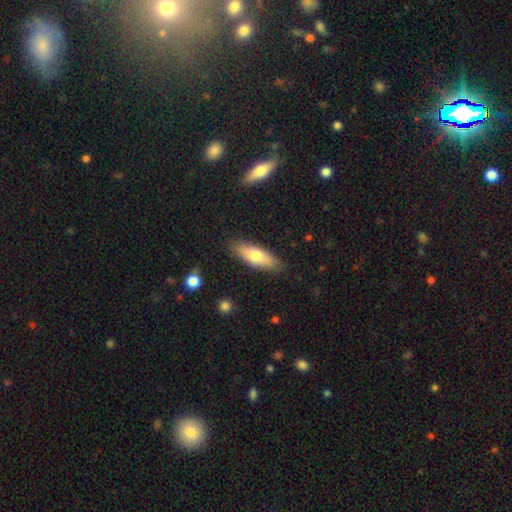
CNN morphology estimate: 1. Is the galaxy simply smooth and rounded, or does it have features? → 68% smooth, 26% featured or disk, 6% star or artifact.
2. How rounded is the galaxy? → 61% in between, 37% cigar-shaped, 2% round.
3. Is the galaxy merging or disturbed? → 86% none, 11% minor disturbance, 2% major disturbance, 1% merger.